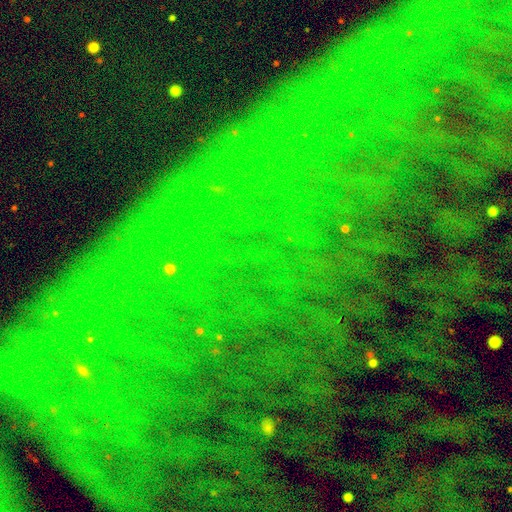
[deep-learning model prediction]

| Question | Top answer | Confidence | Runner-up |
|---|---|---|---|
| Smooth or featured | star or artifact | 83% | smooth (9%) |